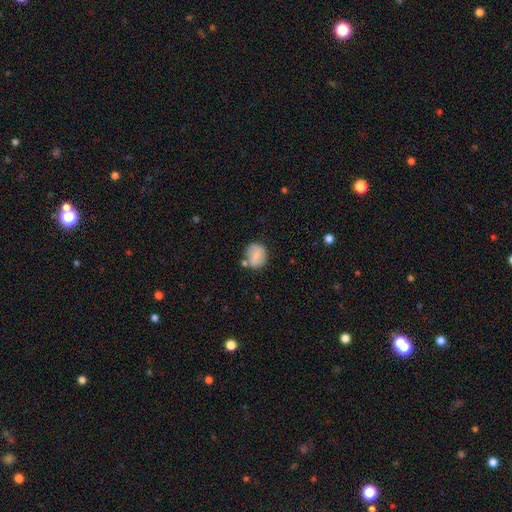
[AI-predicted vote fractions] Smooth or featured? smooth (70%)
How rounded? round (70%)
Merging? none (63%)